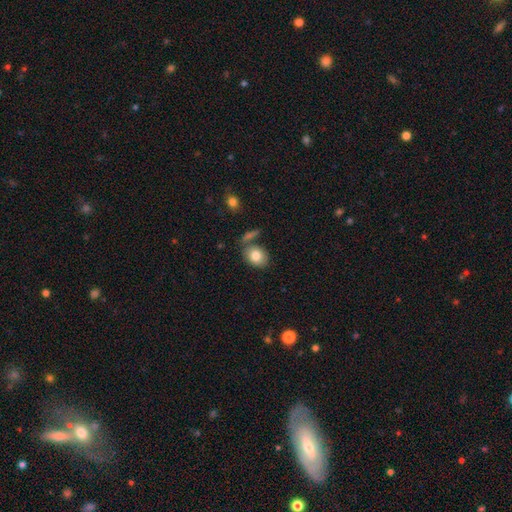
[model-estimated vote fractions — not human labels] smooth-or-featured: smooth: 82% | featured or disk: 10% | star or artifact: 8%
  how-rounded: in between: 58% | round: 40% | cigar-shaped: 1%
  merging: none: 63% | merger: 17% | minor disturbance: 14% | major disturbance: 5%